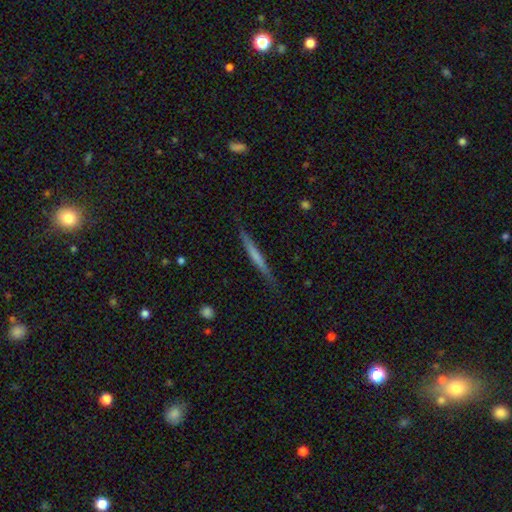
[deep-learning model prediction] Morphology: type=smooth (50%); roundness=cigar-shaped (96%); merging=none (84%).